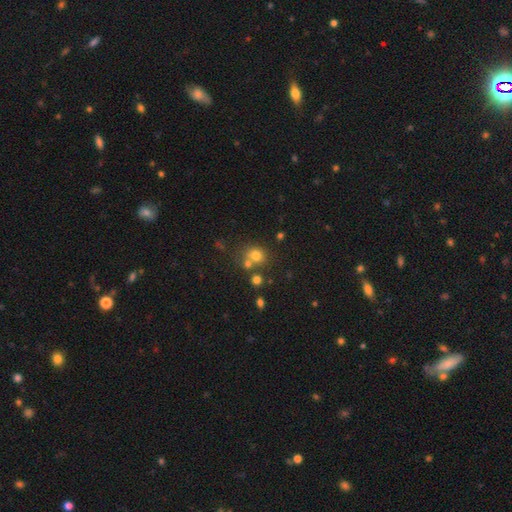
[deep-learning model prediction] Q: Smooth or featured?
A: smooth (72%); runner-up: star or artifact (17%)
Q: How rounded?
A: round (72%); runner-up: in between (27%)
Q: Merging?
A: none (55%); runner-up: merger (29%)